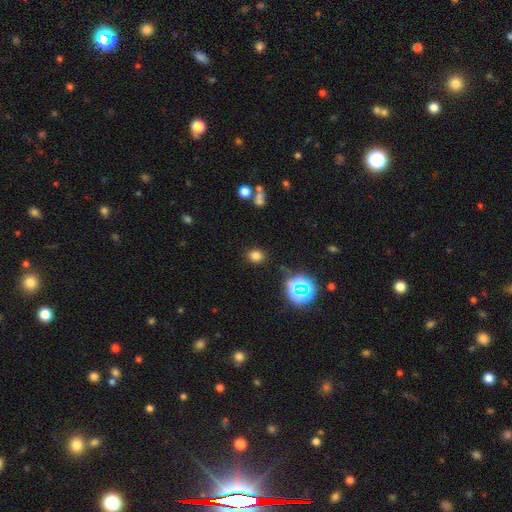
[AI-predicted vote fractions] Smooth or featured? Predicted: smooth (p=0.74). How rounded? Predicted: round (p=0.71). Merging? Predicted: none (p=0.85).